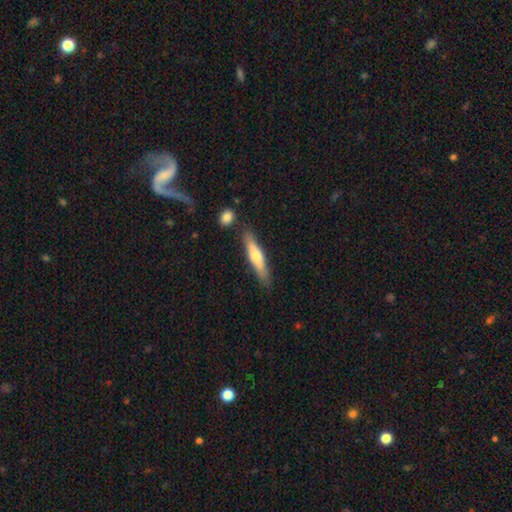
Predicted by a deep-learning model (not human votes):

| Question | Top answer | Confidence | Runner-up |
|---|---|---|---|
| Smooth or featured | smooth | 53% | featured or disk (42%) |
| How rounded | cigar-shaped | 85% | in between (14%) |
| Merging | none | 80% | minor disturbance (13%) |